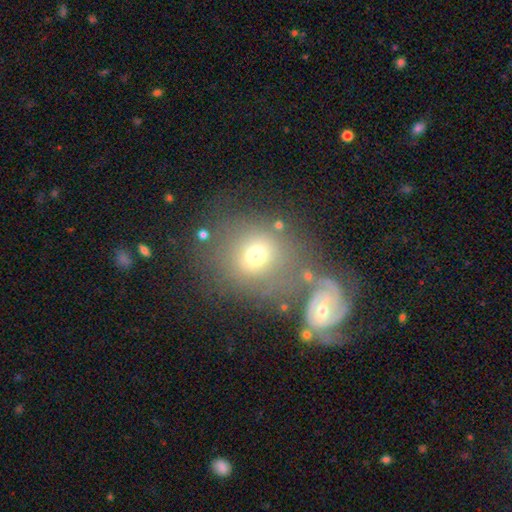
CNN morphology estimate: This is possibly a smooth galaxy (59%). How rounded: likely round (74%). Merging: possibly none (48%).